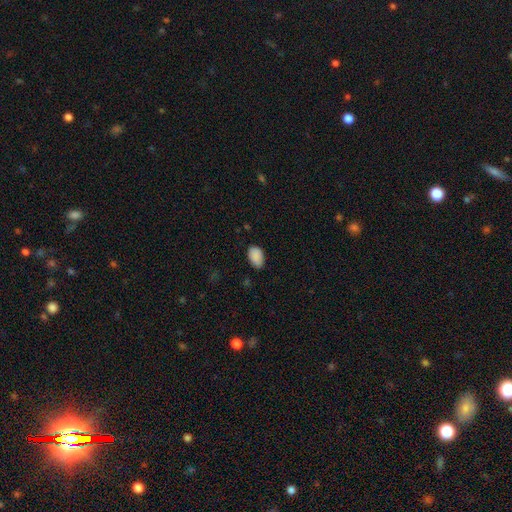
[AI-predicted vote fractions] A smooth galaxy with no disk features (90%) that is in between round and cigar-shaped (91%).

Vote fractions:
- Smooth or featured? smooth: 90% / star or artifact: 7% / featured or disk: 3%
- How rounded? in between: 91% / round: 8% / cigar-shaped: 1%
- Merging? none: 80% / minor disturbance: 17% / major disturbance: 3% / merger: 1%